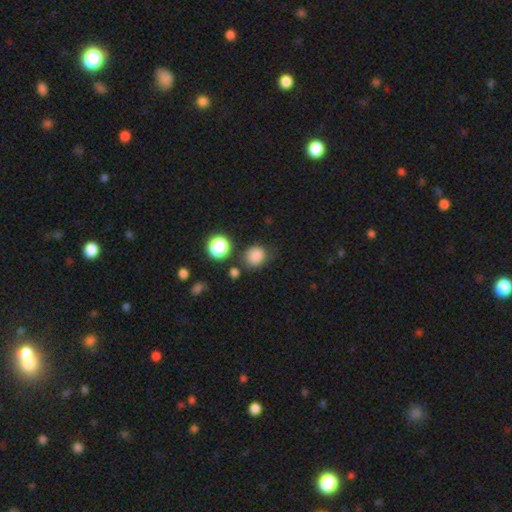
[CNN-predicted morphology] smooth-or-featured: smooth: 82% | star or artifact: 13% | featured or disk: 5%
  how-rounded: round: 68% | in between: 31% | cigar-shaped: 1%
  merging: none: 68% | minor disturbance: 19% | major disturbance: 7% | merger: 6%